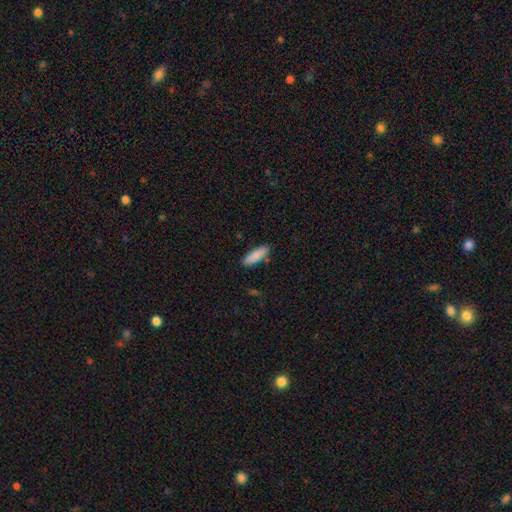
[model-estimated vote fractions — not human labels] Smooth or featured? smooth (88%)
How rounded? cigar-shaped (49%, tied with in between)
Merging? none (85%)